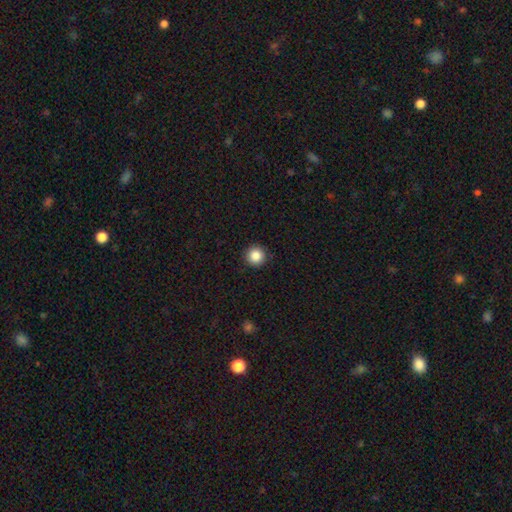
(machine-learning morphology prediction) Smooth or featured: smooth — 87% (star or artifact — 10%)
How rounded: round — 96% (in between — 3%)
Merging: none — 93% (minor disturbance — 5%)